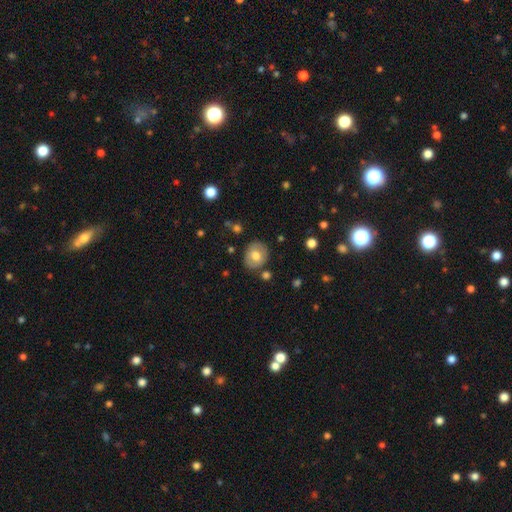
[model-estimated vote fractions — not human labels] Morphology: type=smooth (66%); roundness=round (63%); merging=none (83%).